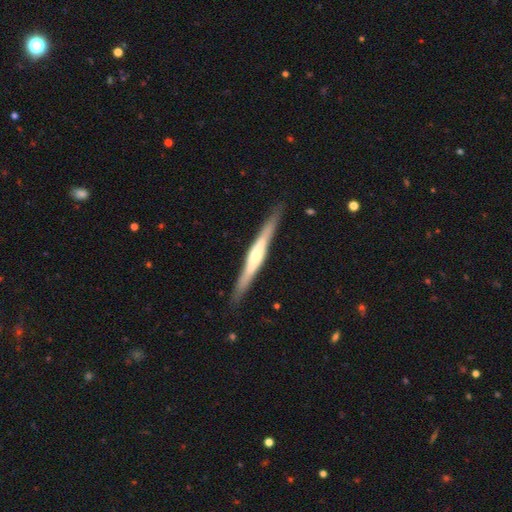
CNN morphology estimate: A featured or disk galaxy (72%) viewed edge-on (96%) with a rounded central bulge (69%). Merging: none (88%).